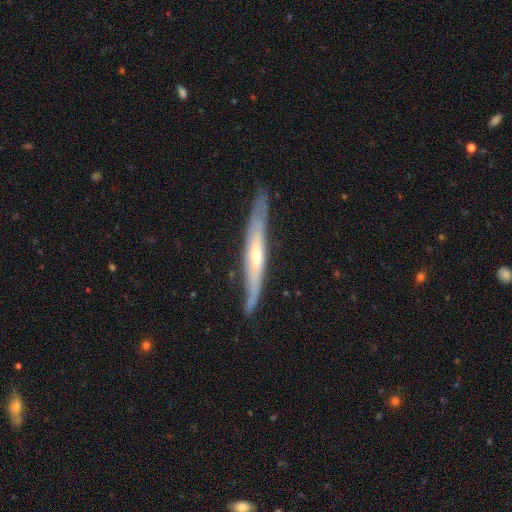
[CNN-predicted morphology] Smooth or featured?
  - featured or disk: 69% *
  - smooth: 26%
  - star or artifact: 5%
Edge-on disk?
  - yes: 81% *
  - no: 19%
Edge-on bulge?
  - rounded: 64% *
  - none: 31%
  - boxy: 5%
Merging?
  - none: 80% *
  - minor disturbance: 15%
  - major disturbance: 3%
  - merger: 2%